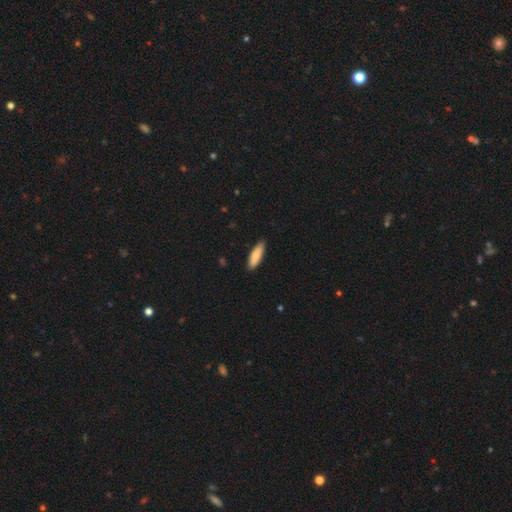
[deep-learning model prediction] A smooth galaxy with no disk features (76%) that is cigar-shaped (52%).

Vote fractions:
- Smooth or featured? smooth: 76% / featured or disk: 19% / star or artifact: 5%
- How rounded? cigar-shaped: 52% / in between: 46% / round: 2%
- Merging? none: 88% / minor disturbance: 10% / major disturbance: 1% / merger: 1%